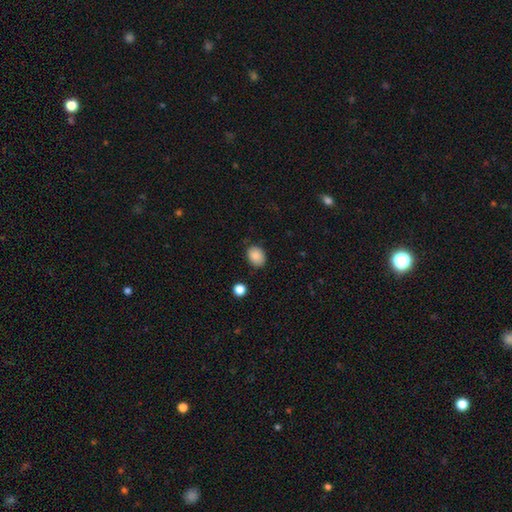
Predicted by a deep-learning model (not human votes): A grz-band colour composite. It shows a smooth galaxy with no disk features (88%) that is in between round and cigar-shaped (63%). Merging: none (80%).